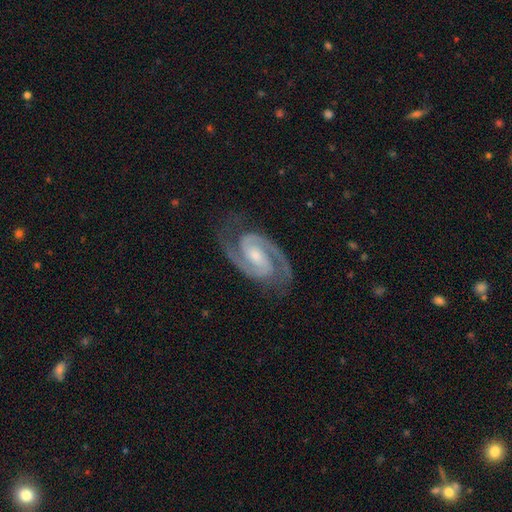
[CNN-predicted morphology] smooth_or_featured: featured or disk (p=0.93) [alt: star or artifact p=0.04]
disk_edge_on: no (p=0.98) [alt: yes p=0.02]
bar: weak (p=0.42) [alt: no p=0.35]
has_spiral_arms: yes (p=0.99) [alt: no p=0.01]
spiral_winding: medium (p=0.52) [alt: tight p=0.42]
spiral_arm_count: 2 (p=0.94) [alt: 3 p=0.01]
bulge_size: small (p=0.48) [alt: moderate p=0.42]
merging: none (p=0.81) [alt: minor disturbance p=0.14]